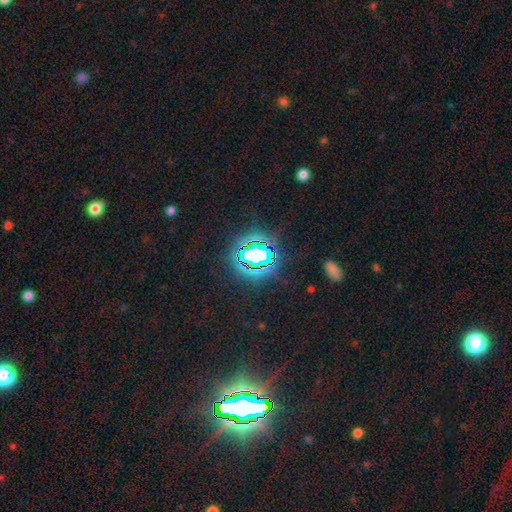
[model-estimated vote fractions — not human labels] smooth_or_featured: star or artifact (p=0.76) [alt: smooth p=0.13]